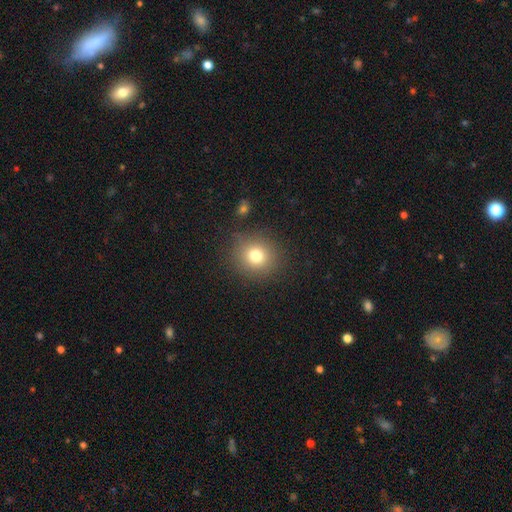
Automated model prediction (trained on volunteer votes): smooth_or_featured: smooth (p=0.77) [alt: star or artifact p=0.14]
how_rounded: round (p=0.88) [alt: in between p=0.11]
merging: none (p=0.86) [alt: minor disturbance p=0.09]